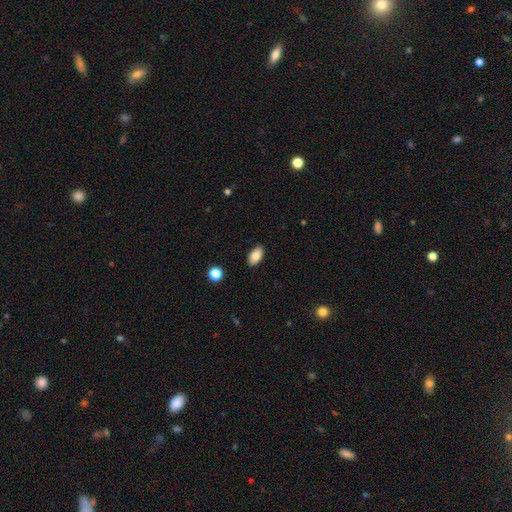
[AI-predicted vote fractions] Smooth or featured? Predicted: smooth (p=0.85). How rounded? Predicted: in between (p=0.93). Merging? Predicted: none (p=0.88).